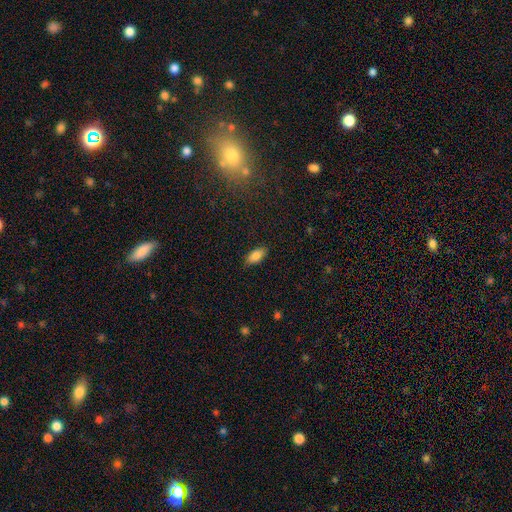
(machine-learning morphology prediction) smooth_or_featured: smooth (p=0.84) [alt: featured or disk p=0.08]
how_rounded: in between (p=0.87) [alt: cigar-shaped p=0.11]
merging: none (p=0.85) [alt: minor disturbance p=0.12]